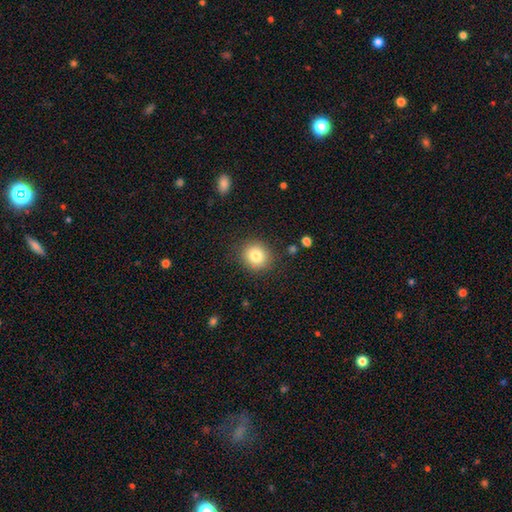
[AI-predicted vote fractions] A smooth galaxy with no disk features (82%) that is round (85%). Merging: none (87%).